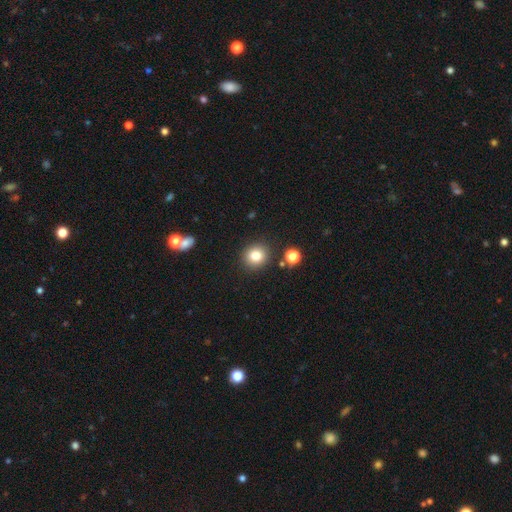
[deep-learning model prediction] This is clearly a smooth galaxy (80%). How rounded: clearly round (87%). Merging: clearly none (87%).